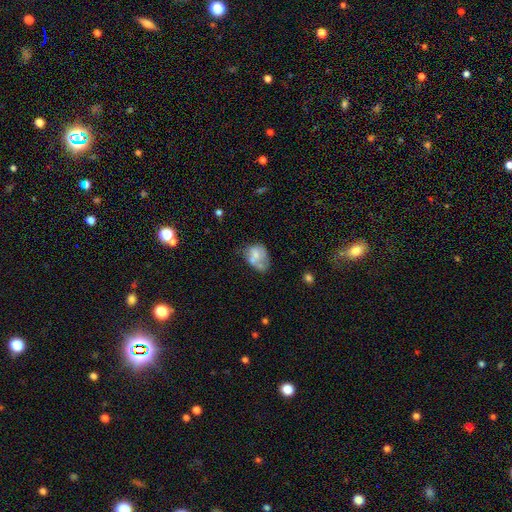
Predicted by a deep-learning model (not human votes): Overall: smooth (58%; featured or disk 32%). How rounded: in between (68%; round 31%). Merging: minor disturbance (28%; none 27%).